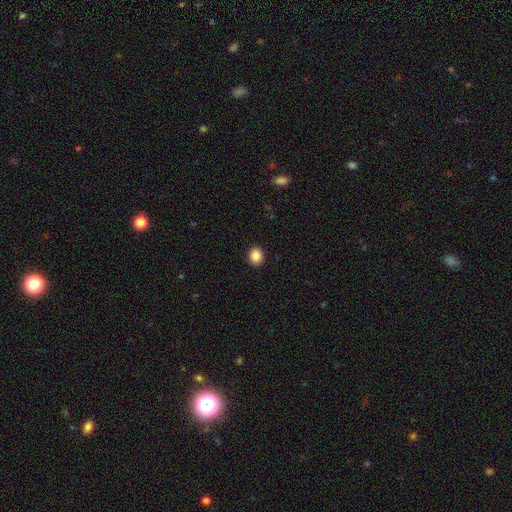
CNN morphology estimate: This appears to be a smooth galaxy with no disk features (88%) that is round (69%). Merging: none (92%).